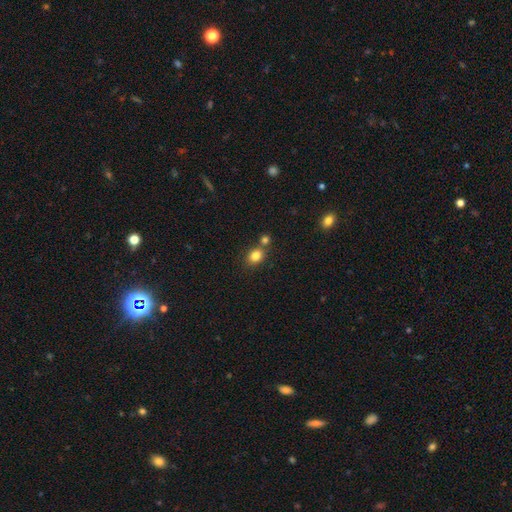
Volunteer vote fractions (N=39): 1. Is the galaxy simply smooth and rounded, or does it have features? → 92% smooth, 5% star or artifact, 3% featured or disk.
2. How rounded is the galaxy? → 50% round (tied), 50% in between (tied), 0% cigar-shaped.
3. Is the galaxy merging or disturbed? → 59% none, 27% merger, 14% minor disturbance, 0% major disturbance.